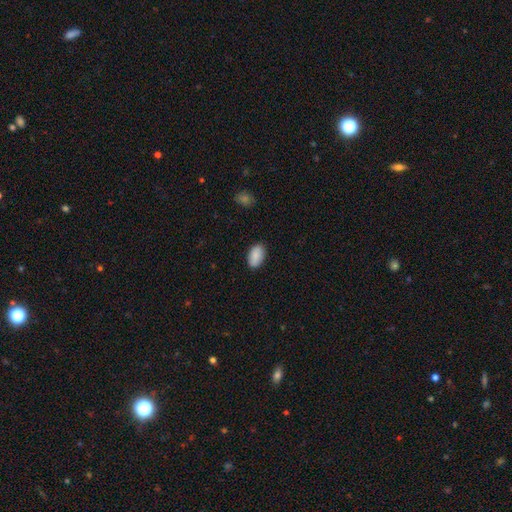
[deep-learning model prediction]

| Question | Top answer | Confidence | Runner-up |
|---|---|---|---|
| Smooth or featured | smooth | 88% | star or artifact (6%) |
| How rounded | in between | 94% | round (5%) |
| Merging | none | 87% | minor disturbance (10%) |